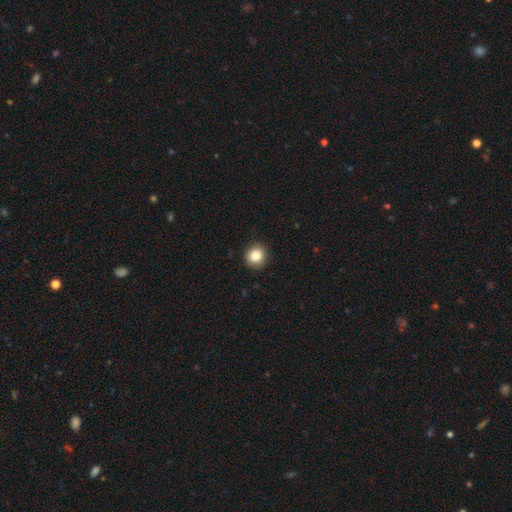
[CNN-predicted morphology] smooth_or_featured: smooth (p=0.86) [alt: star or artifact p=0.10]
how_rounded: round (p=0.90) [alt: in between p=0.09]
merging: none (p=0.89) [alt: minor disturbance p=0.08]